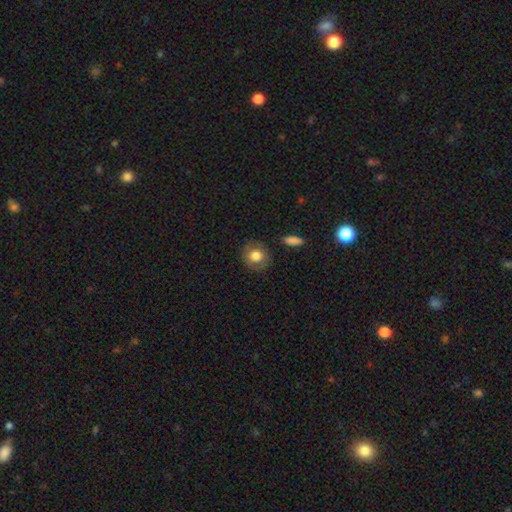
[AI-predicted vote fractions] This appears to be a smooth galaxy with no disk features (77%) that is round (83%). Merging: none (84%).